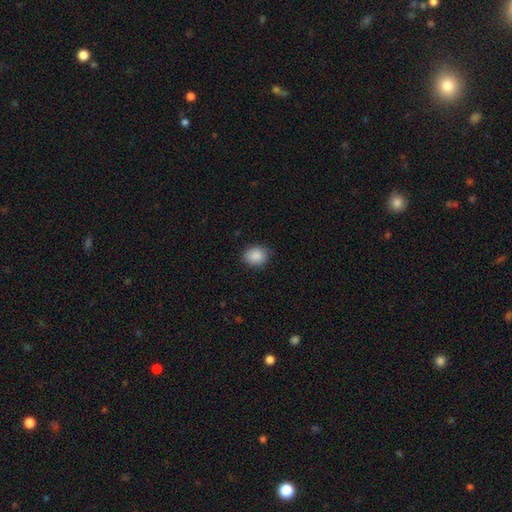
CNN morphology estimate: Smooth or featured?
  - smooth: 89% *
  - star or artifact: 7%
  - featured or disk: 3%
How rounded?
  - in between: 57% *
  - round: 42%
  - cigar-shaped: 1%
Merging?
  - none: 82% *
  - minor disturbance: 15%
  - major disturbance: 3%
  - merger: 1%